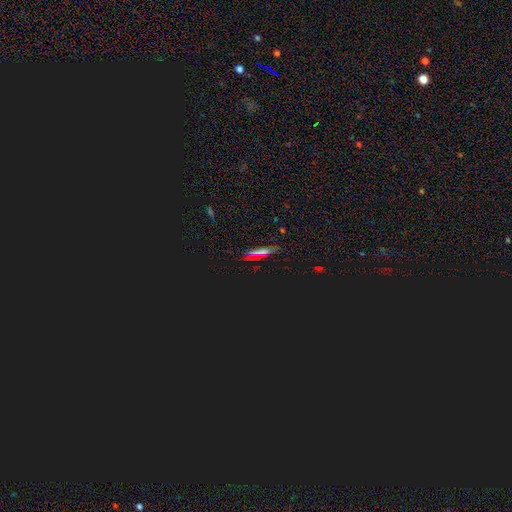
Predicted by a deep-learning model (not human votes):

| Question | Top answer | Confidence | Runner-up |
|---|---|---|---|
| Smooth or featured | star or artifact | 47% | smooth (41%) |